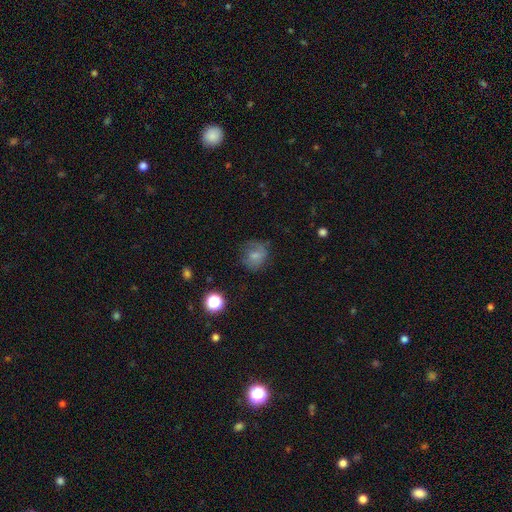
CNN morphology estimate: A smooth galaxy with no disk features (67%) that is round (70%).

Vote fractions:
- Smooth or featured? smooth: 67% / featured or disk: 20% / star or artifact: 13%
- How rounded? round: 70% / in between: 29% / cigar-shaped: 1%
- Merging? none: 58% / minor disturbance: 25% / major disturbance: 15% / merger: 2%